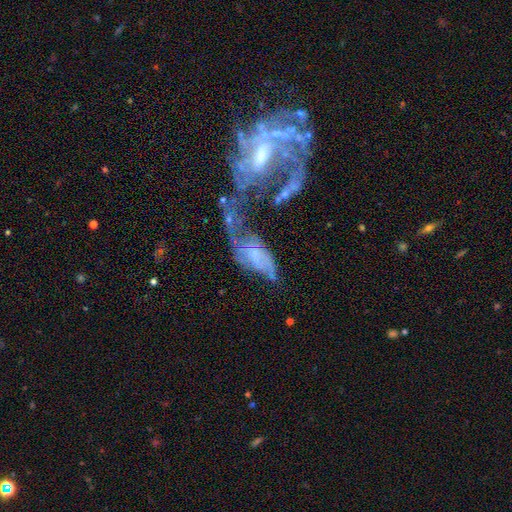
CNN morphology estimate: type=featured or disk (60%); edge-on=no (93%); bar=no (62%); spiral arms=yes (63%); bulge=none (46%); merging=merger (50%).